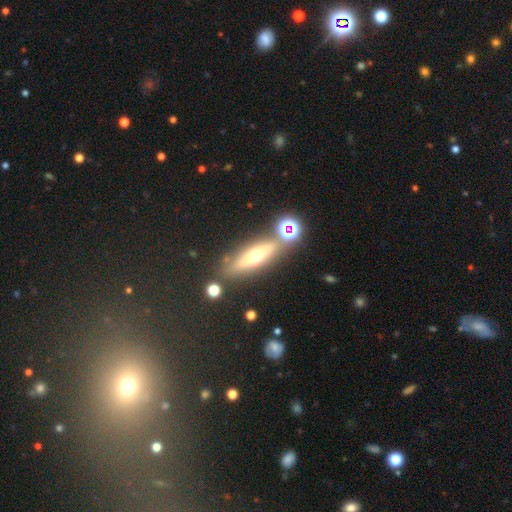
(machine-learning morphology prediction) This is possibly a featured or disk galaxy (45%). Merging: likely none (76%).